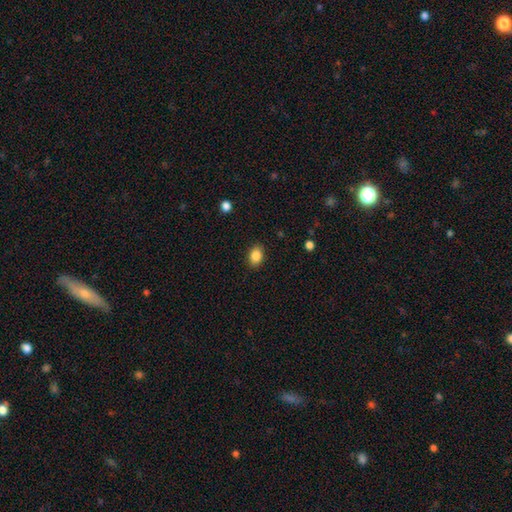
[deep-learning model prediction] Smooth or featured? smooth (86%)
How rounded? in between (72%)
Merging? none (89%)